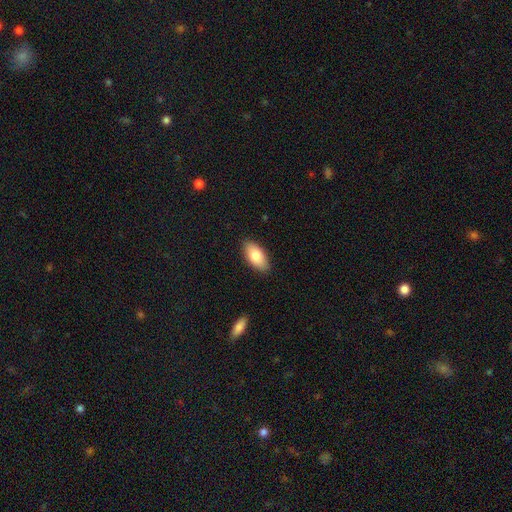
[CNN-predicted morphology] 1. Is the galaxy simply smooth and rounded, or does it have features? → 80% smooth, 14% featured or disk, 6% star or artifact.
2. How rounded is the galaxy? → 93% in between, 5% cigar-shaped, 3% round.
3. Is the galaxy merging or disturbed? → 89% none, 9% minor disturbance, 2% major disturbance, 1% merger.